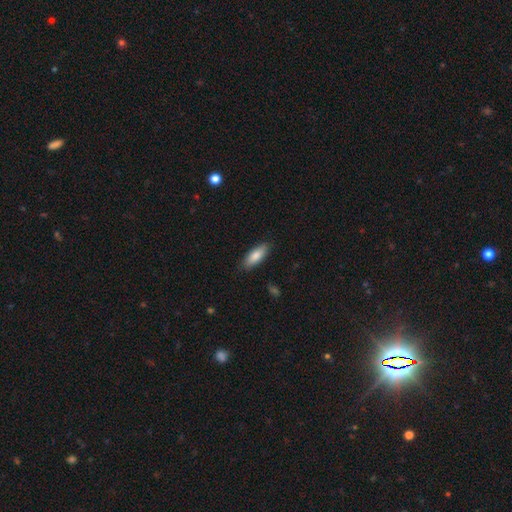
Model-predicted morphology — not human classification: A smooth galaxy with no disk features (83%) that is in between round and cigar-shaped (71%).

Vote fractions:
- Smooth or featured? smooth: 83% / featured or disk: 11% / star or artifact: 6%
- How rounded? in between: 71% / cigar-shaped: 27% / round: 2%
- Merging? none: 86% / minor disturbance: 11% / major disturbance: 2% / merger: 1%